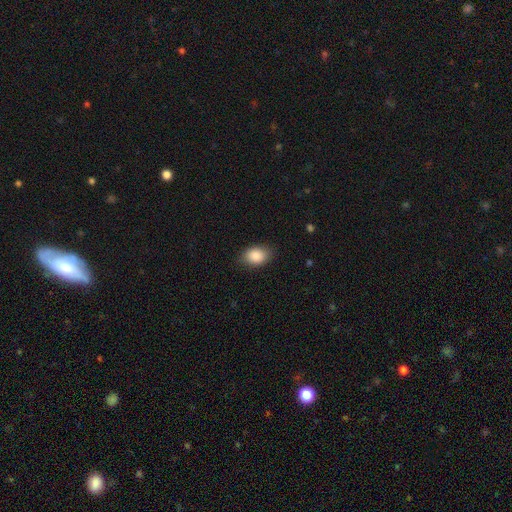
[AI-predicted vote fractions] This is clearly a smooth galaxy (87%). How rounded: clearly in between (80%). Merging: clearly none (82%).